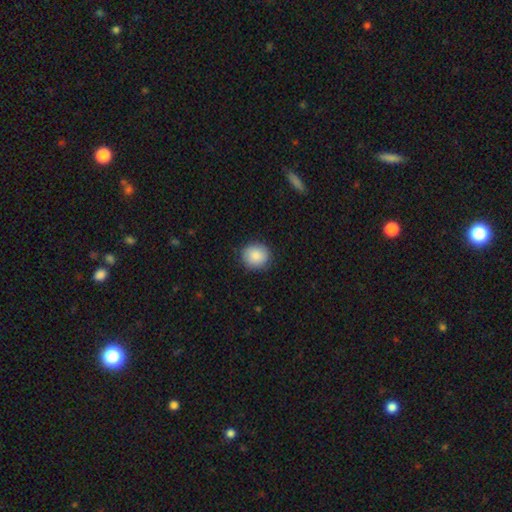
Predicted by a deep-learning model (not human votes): A smooth galaxy with no disk features (88%) that is round (88%).

Vote fractions:
- Smooth or featured? smooth: 88% / star or artifact: 7% / featured or disk: 5%
- How rounded? round: 88% / in between: 11% / cigar-shaped: 1%
- Merging? none: 89% / minor disturbance: 8% / major disturbance: 2% / merger: 1%